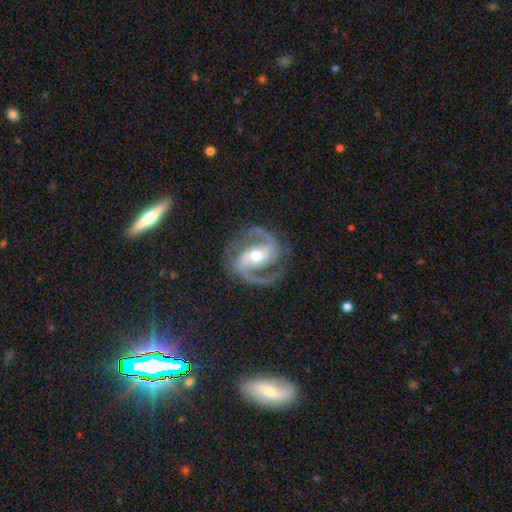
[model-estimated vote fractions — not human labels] This is clearly a featured or disk galaxy (92%). It is clearly not viewed edge-on (98%). Bar: marginally weak (38%). Spiral arm pattern: clearly yes (98%). Spiral arm count: clearly 2 (93%). Spiral winding: likely medium (62%). Central bulge: likely moderate (72%). Merging: clearly none (82%).